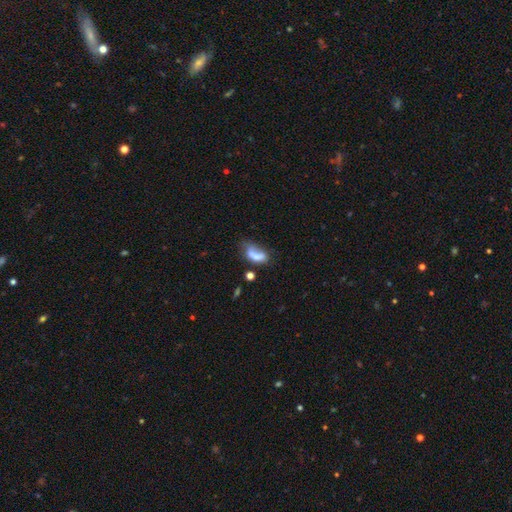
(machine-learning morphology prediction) A smooth galaxy with no disk features (62%) that is in between round and cigar-shaped (84%). Merging: none (29%).